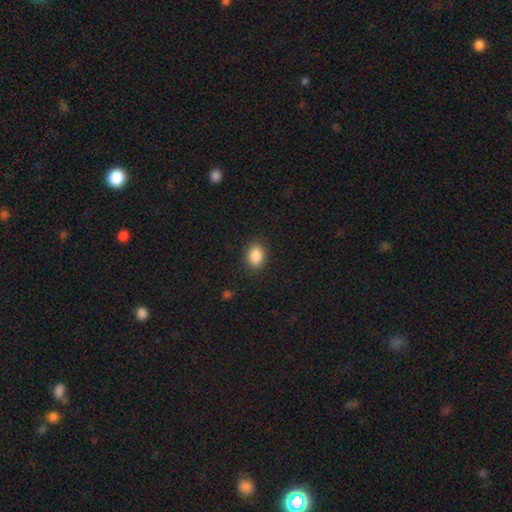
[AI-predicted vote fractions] A smooth galaxy with no disk features (87%) that is in between round and cigar-shaped (64%).

Vote fractions:
- Smooth or featured? smooth: 87% / star or artifact: 9% / featured or disk: 4%
- How rounded? in between: 64% / round: 35% / cigar-shaped: 1%
- Merging? none: 88% / minor disturbance: 9% / major disturbance: 3% / merger: 1%